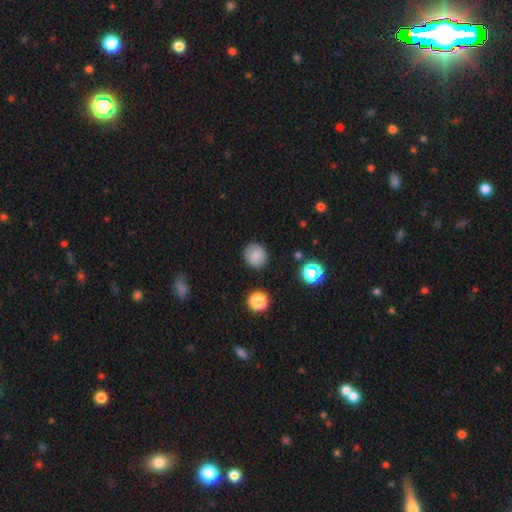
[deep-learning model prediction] smooth-or-featured: smooth: 82% | star or artifact: 12% | featured or disk: 7%
  how-rounded: round: 87% | in between: 12% | cigar-shaped: 1%
  merging: none: 87% | minor disturbance: 9% | major disturbance: 3% | merger: 2%